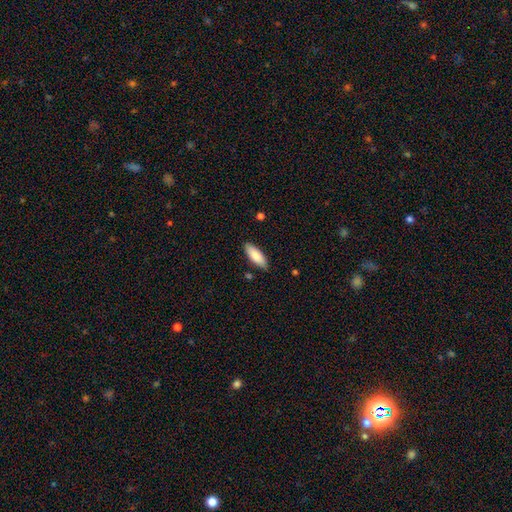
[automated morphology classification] Smooth or featured? smooth (86%)
How rounded? in between (71%)
Merging? none (84%)